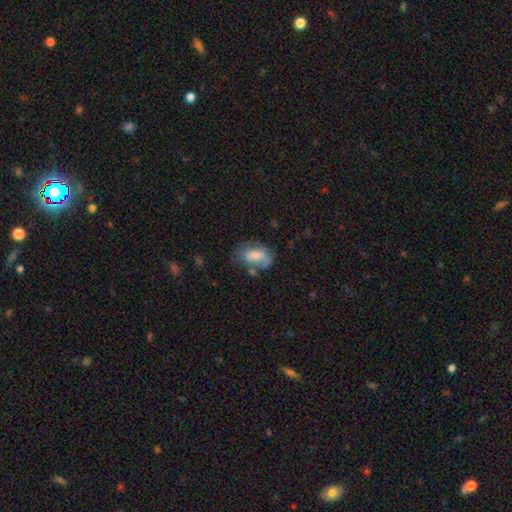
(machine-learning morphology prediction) Smooth or featured: smooth — 67% (featured or disk — 25%)
How rounded: in between — 88% (round — 9%)
Merging: none — 45% (minor disturbance — 28%)